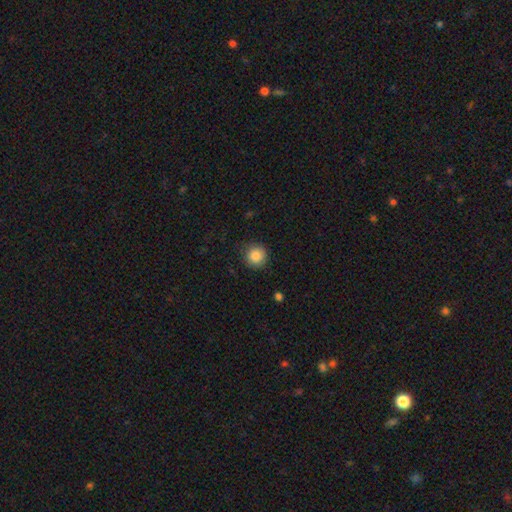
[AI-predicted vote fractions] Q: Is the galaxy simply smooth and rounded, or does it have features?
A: smooth — 86%.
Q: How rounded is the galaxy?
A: round — 94%.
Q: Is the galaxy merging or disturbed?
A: none — 85%.